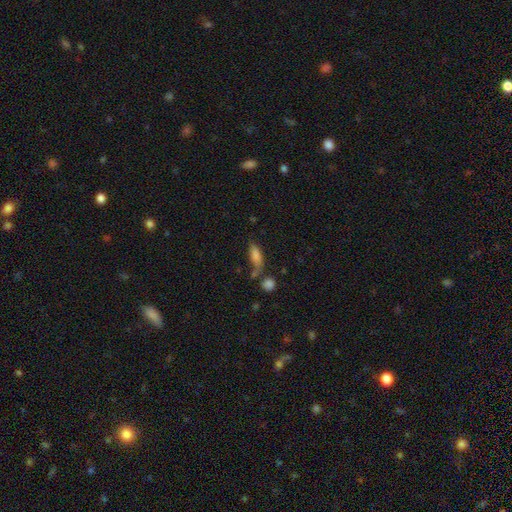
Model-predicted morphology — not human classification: Smooth or featured? smooth (78%)
How rounded? in between (70%)
Merging? none (44%)